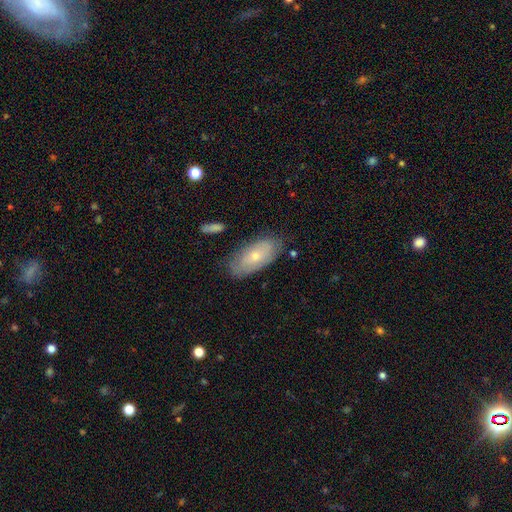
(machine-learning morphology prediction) Overall: smooth (55%; featured or disk 38%). How rounded: in between (91%). Merging: none (73%).